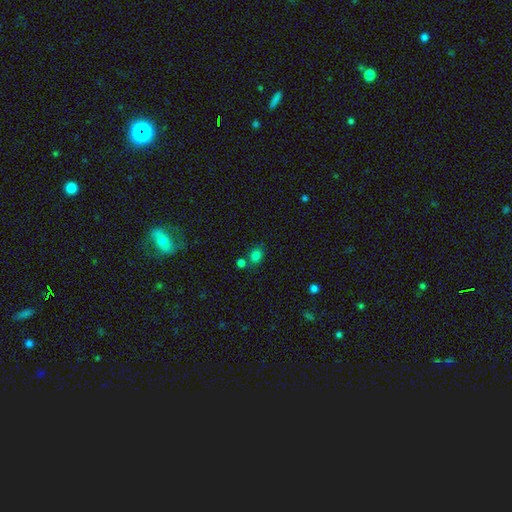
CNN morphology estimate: Q: Smooth or featured?
A: smooth (79%); runner-up: star or artifact (16%)
Q: How rounded?
A: in between (53%); runner-up: round (46%)
Q: Merging?
A: none (65%); runner-up: merger (18%)